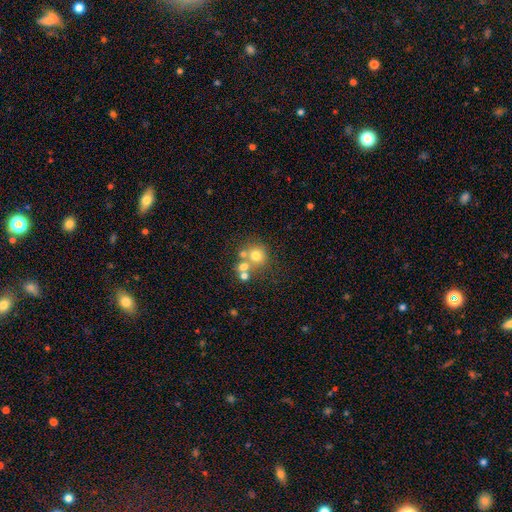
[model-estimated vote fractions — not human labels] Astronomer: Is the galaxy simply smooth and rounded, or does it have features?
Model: smooth — 65%.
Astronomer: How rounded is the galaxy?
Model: round — 87%.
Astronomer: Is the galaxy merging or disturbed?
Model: none — 52% (runner-up: merger, 35%).